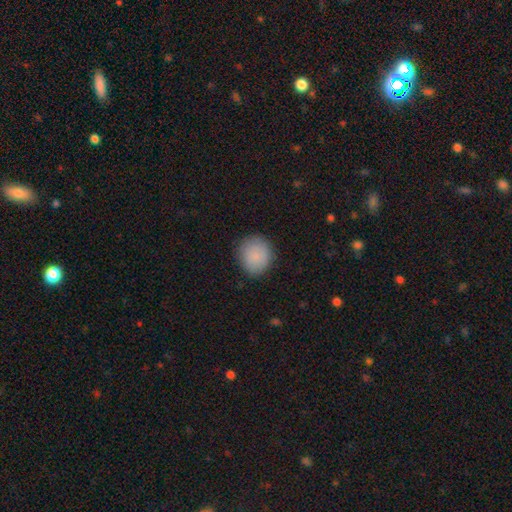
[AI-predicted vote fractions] The model was most divided on "how rounded": round: 83%, in between: 16%, cigar-shaped: 1%. More confident: smooth or featured — smooth (87%); merging — none (85%).